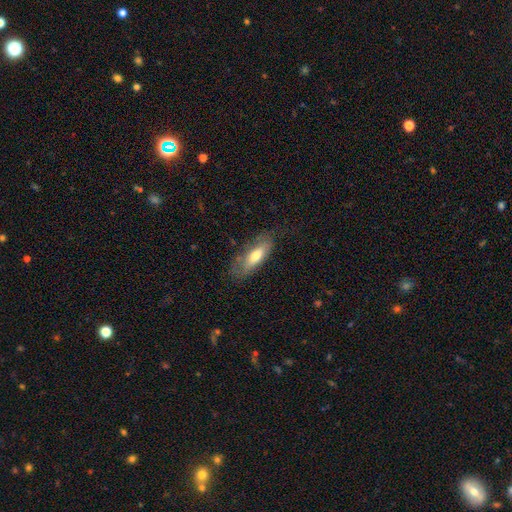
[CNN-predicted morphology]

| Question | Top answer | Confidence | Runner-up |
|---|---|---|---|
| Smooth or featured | smooth | 65% | featured or disk (28%) |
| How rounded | in between | 65% | cigar-shaped (32%) |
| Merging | none | 65% | minor disturbance (24%) |